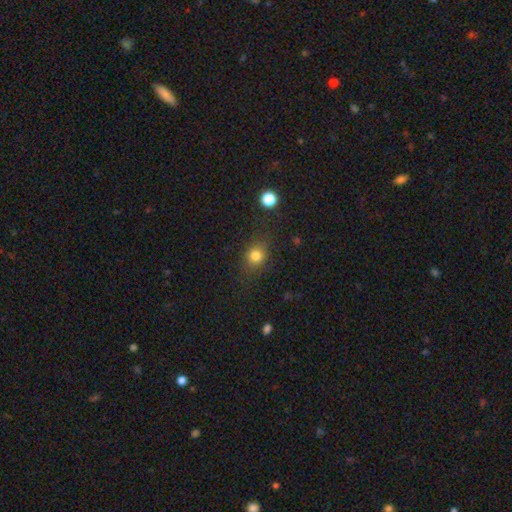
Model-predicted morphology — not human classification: smooth 80%, star or artifact 13%, featured or disk 7%. Down the decision tree: how rounded — round (64%); merging — none (79%).